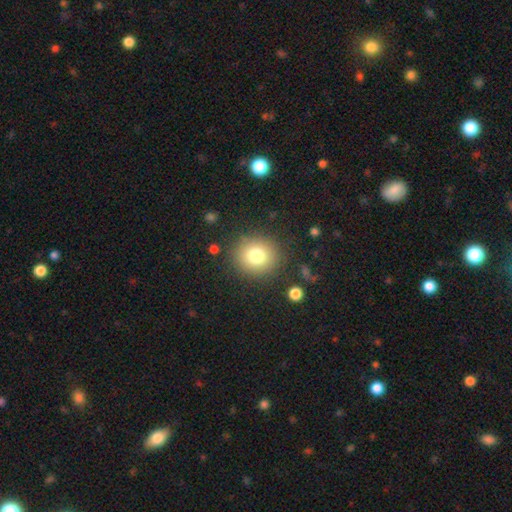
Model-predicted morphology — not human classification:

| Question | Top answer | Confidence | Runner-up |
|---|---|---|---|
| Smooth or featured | smooth | 78% | star or artifact (12%) |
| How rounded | round | 87% | in between (12%) |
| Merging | none | 86% | minor disturbance (8%) |